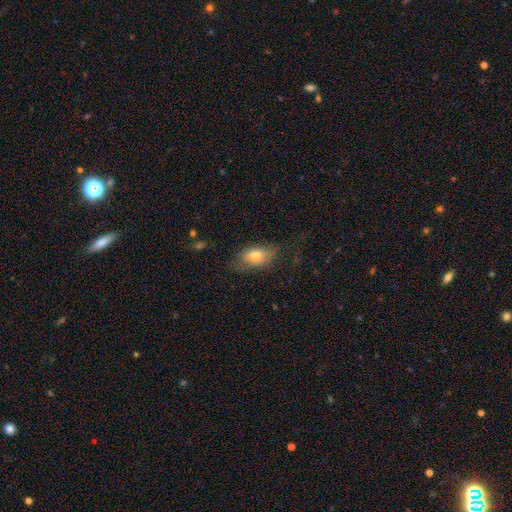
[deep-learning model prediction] A smooth galaxy with no disk features (73%) that is in between round and cigar-shaped (89%).

Vote fractions:
- Smooth or featured? smooth: 73% / featured or disk: 19% / star or artifact: 8%
- How rounded? in between: 89% / round: 6% / cigar-shaped: 6%
- Merging? none: 64% / minor disturbance: 25% / major disturbance: 10% / merger: 2%